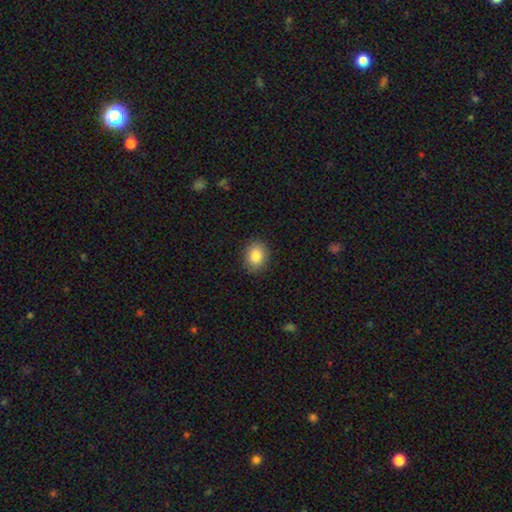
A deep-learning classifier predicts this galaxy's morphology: Smooth or featured?
  - smooth: 86% *
  - star or artifact: 8%
  - featured or disk: 6%
How rounded?
  - in between: 56% *
  - round: 43%
  - cigar-shaped: 1%
Merging?
  - none: 88% *
  - minor disturbance: 9%
  - major disturbance: 2%
  - merger: 1%